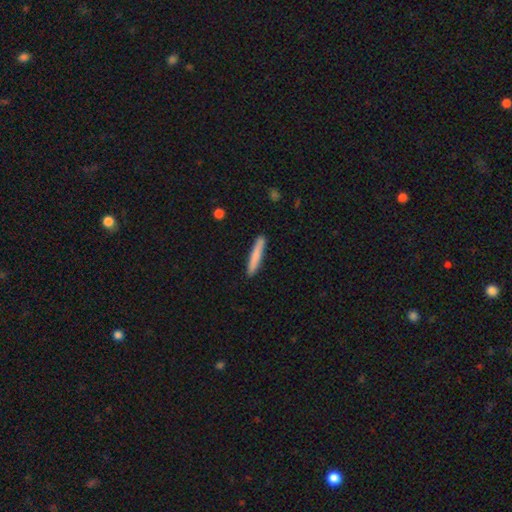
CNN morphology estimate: smooth 79%, featured or disk 15%, star or artifact 6%. Down the decision tree: how rounded — cigar-shaped (95%); merging — none (89%).